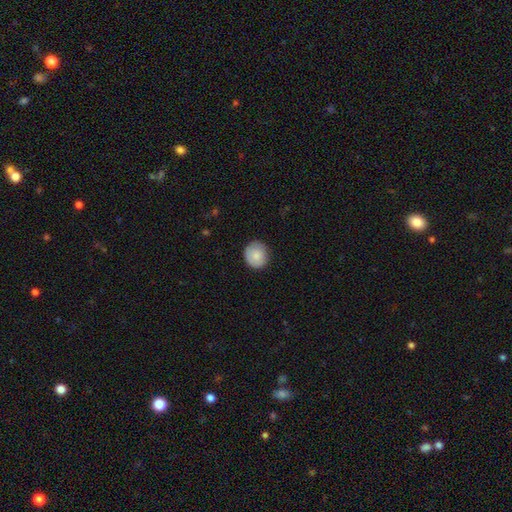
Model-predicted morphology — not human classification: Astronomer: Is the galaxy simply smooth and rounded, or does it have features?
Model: smooth — 84%.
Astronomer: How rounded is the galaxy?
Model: round — 89%.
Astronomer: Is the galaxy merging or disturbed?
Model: none — 86%.